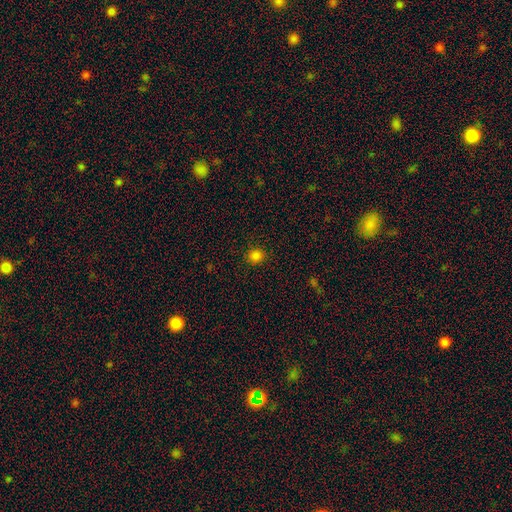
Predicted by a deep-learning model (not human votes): Smooth or featured? smooth (83%)
How rounded? round (85%)
Merging? none (90%)